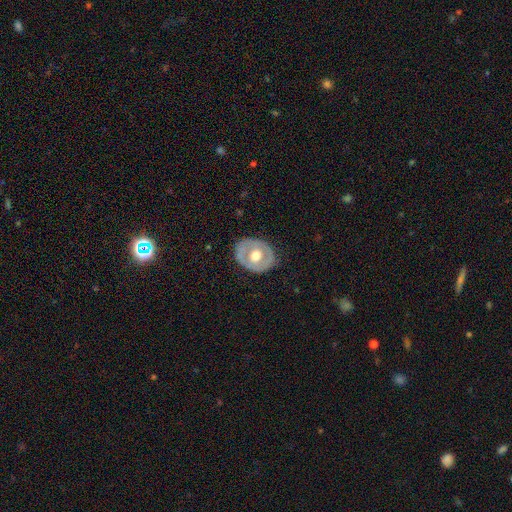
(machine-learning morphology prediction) A featured or disk galaxy (54%) with no bar (83%), no spiral arms (86%) and a moderate central bulge (66%). Merging: none (81%).